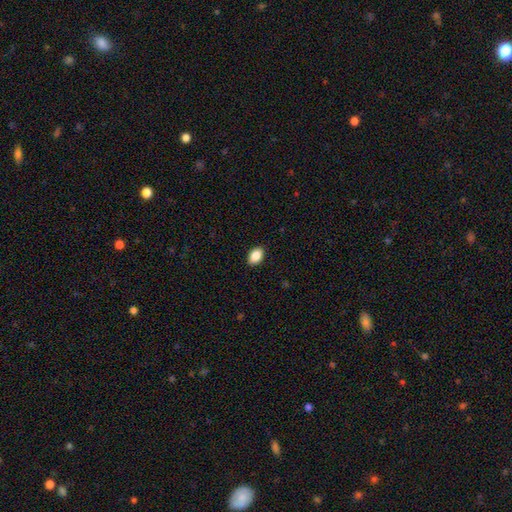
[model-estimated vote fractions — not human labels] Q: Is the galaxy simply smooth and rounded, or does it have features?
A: smooth — 87%.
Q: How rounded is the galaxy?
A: in between — 86%.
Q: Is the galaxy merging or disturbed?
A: none — 90%.